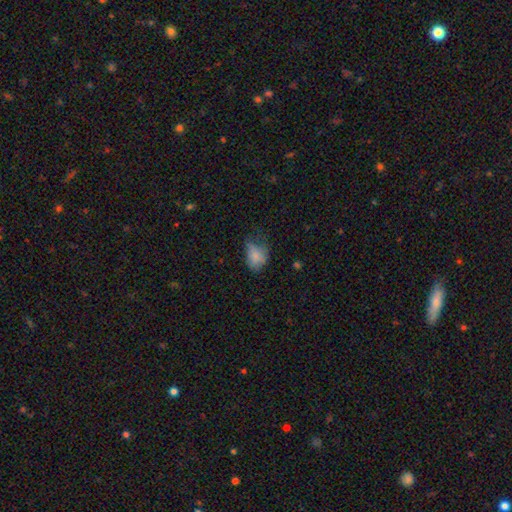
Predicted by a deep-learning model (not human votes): A smooth galaxy with no disk features (73%) that is in between round and cigar-shaped (74%).

Vote fractions:
- Smooth or featured? smooth: 73% / featured or disk: 15% / star or artifact: 12%
- How rounded? in between: 74% / round: 25% / cigar-shaped: 2%
- Merging? minor disturbance: 36% / none: 33% / major disturbance: 29% / merger: 2%